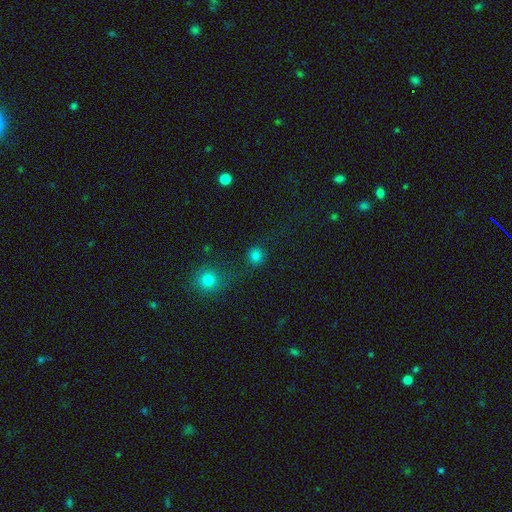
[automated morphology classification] A smooth galaxy with no disk features (80%) that is round (92%).

Vote fractions:
- Smooth or featured? smooth: 80% / star or artifact: 15% / featured or disk: 5%
- How rounded? round: 92% / in between: 7% / cigar-shaped: 1%
- Merging? none: 79% / merger: 9% / minor disturbance: 8% / major disturbance: 4%